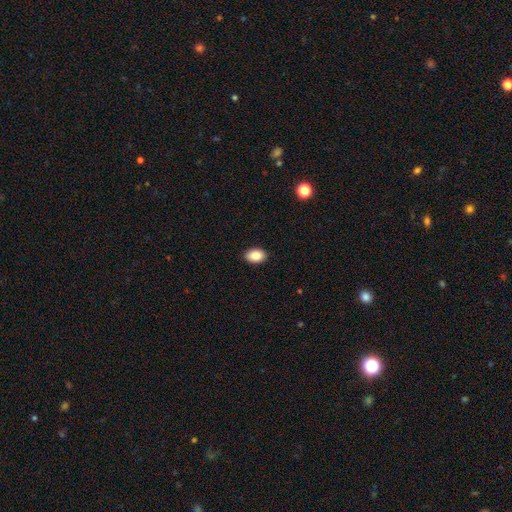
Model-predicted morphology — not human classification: type=smooth (87%); roundness=in between (86%); merging=none (90%).